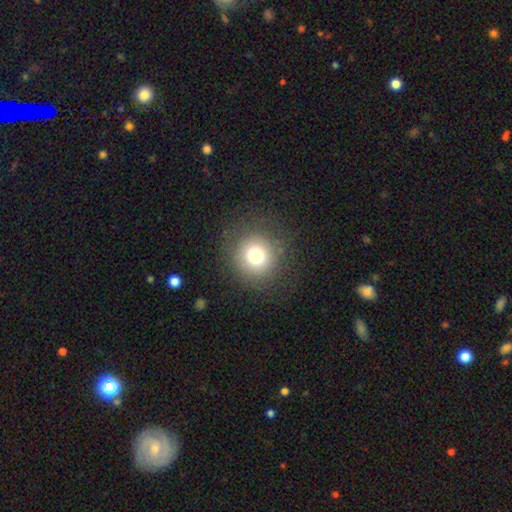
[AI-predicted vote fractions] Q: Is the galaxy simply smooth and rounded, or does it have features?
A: smooth — 74%.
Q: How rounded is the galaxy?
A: round — 93%.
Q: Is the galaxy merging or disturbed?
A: none — 85%.